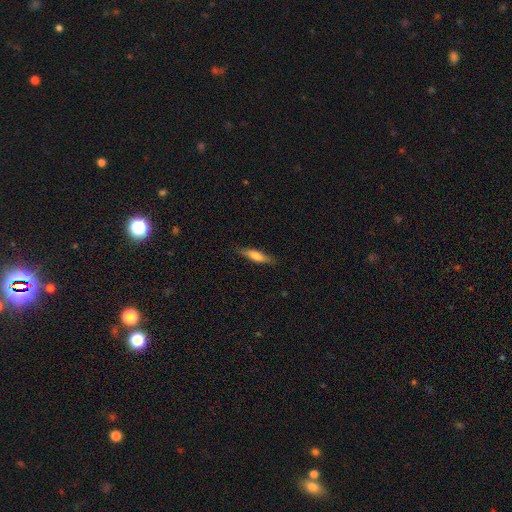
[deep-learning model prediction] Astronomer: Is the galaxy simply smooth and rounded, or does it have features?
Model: smooth — 64%.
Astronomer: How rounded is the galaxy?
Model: cigar-shaped — 76%.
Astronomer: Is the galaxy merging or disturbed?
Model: none — 84%.